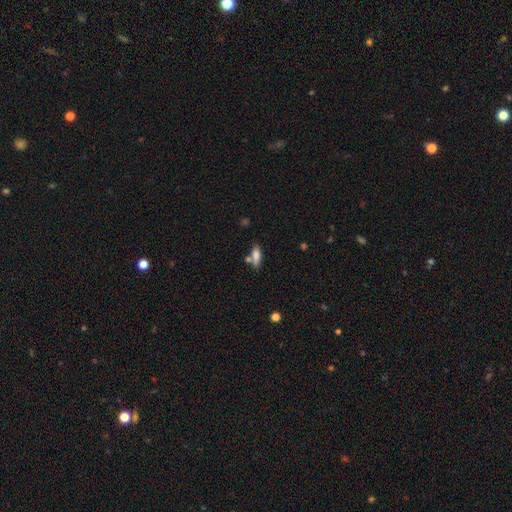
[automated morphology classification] smooth_or_featured: smooth (p=0.77) [alt: featured or disk p=0.15]
how_rounded: in between (p=0.61) [alt: cigar-shaped p=0.36]
merging: none (p=0.57) [alt: merger p=0.23]